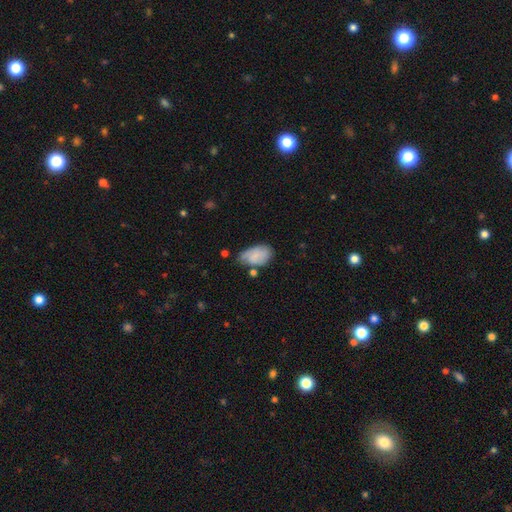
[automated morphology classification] smooth 77%, featured or disk 16%, star or artifact 7%. Down the decision tree: how rounded — in between (90%); merging — none (46%).